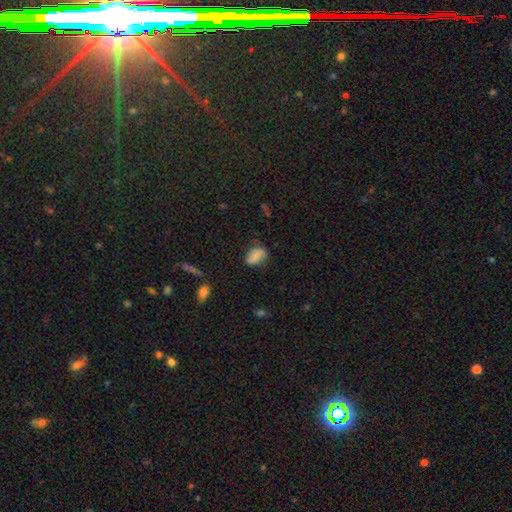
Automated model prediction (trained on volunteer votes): Smooth or featured? Predicted: smooth (p=0.76). How rounded? Predicted: in between (p=0.83). Merging? Predicted: none (p=0.64).